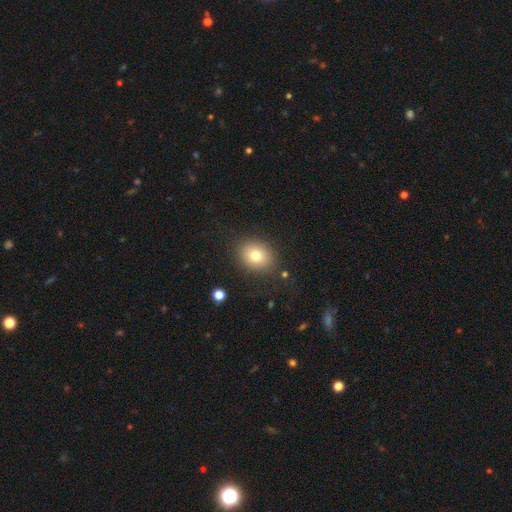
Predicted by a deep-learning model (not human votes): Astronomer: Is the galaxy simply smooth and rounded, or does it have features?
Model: smooth — 77%.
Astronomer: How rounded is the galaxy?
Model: round — 55% (runner-up: in between, 44%).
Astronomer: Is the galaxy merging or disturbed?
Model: none — 85%.